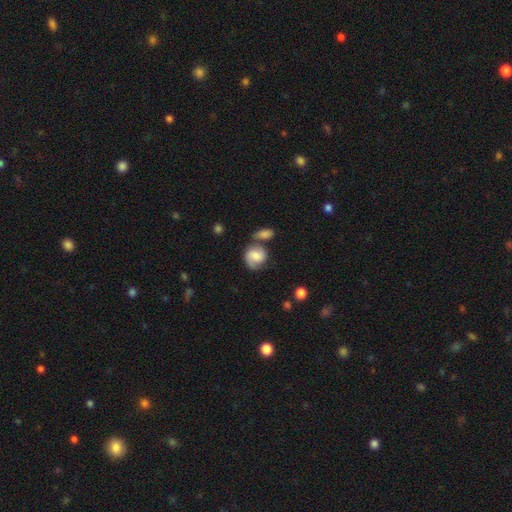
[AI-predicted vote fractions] Morphology: type=smooth (50%); roundness=round (72%); merging=none (50%).